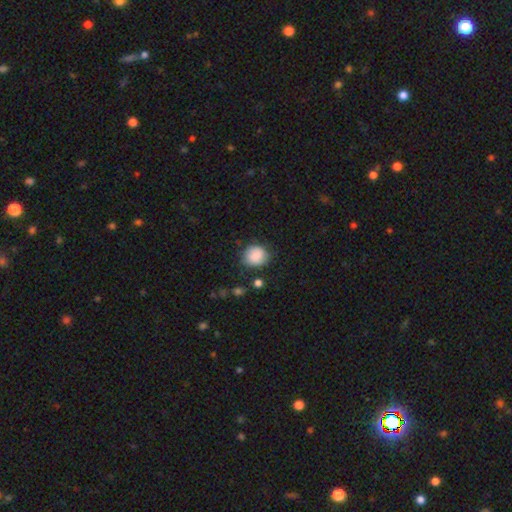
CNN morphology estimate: Smooth or featured? Predicted: smooth (p=0.85). How rounded? Predicted: round (p=0.79). Merging? Predicted: none (p=0.75).